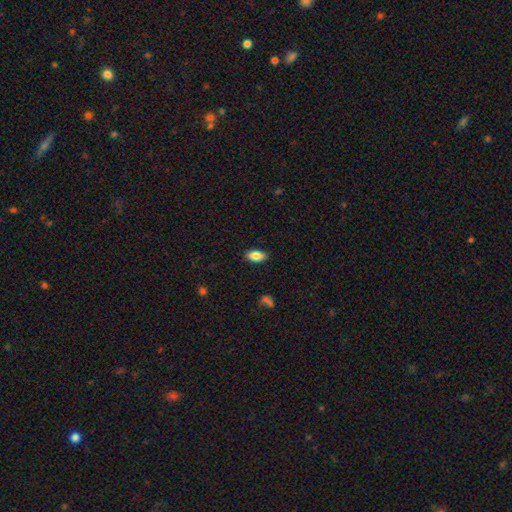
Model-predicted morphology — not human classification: Overall: smooth (85%). How rounded: in between (90%). Merging: none (88%).